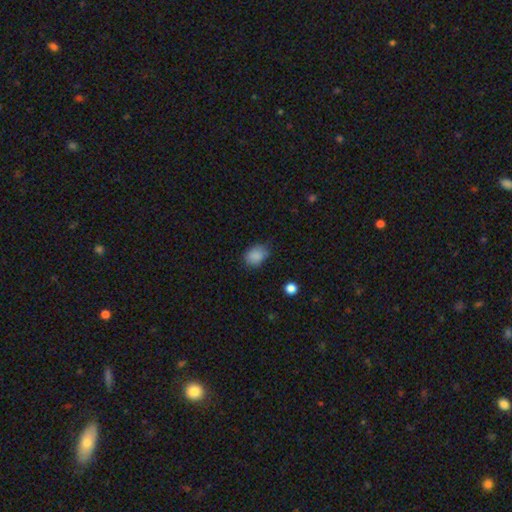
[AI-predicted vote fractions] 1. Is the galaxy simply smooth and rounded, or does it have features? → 86% smooth, 10% star or artifact, 4% featured or disk.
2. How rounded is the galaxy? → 60% in between, 39% round, 1% cigar-shaped.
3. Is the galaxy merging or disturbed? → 68% none, 25% minor disturbance, 5% major disturbance, 2% merger.